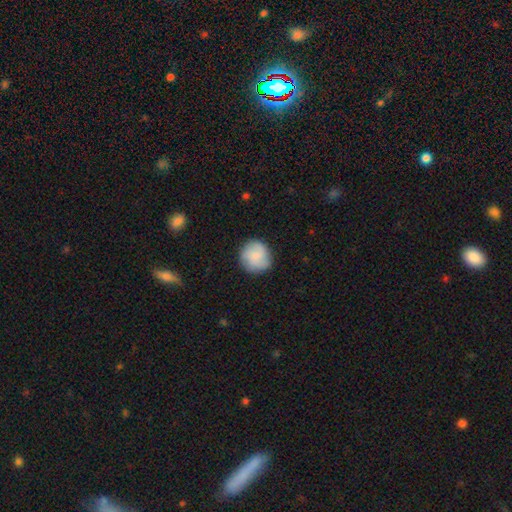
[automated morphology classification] Smooth or featured?
  - smooth: 74% *
  - featured or disk: 19%
  - star or artifact: 7%
How rounded?
  - round: 92% *
  - in between: 7%
  - cigar-shaped: 1%
Merging?
  - none: 84% *
  - minor disturbance: 12%
  - major disturbance: 3%
  - merger: 1%